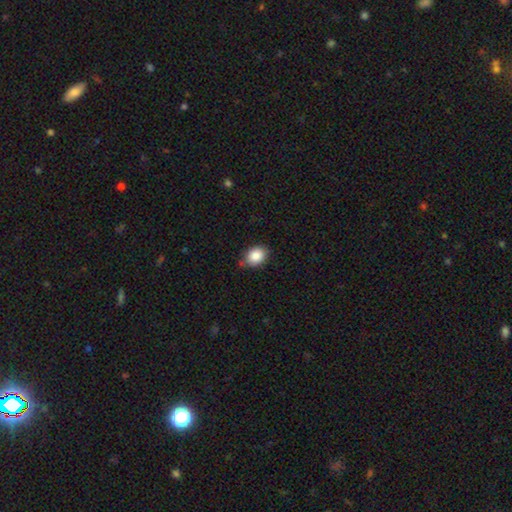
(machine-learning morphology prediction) The model was most divided on "how rounded": in between: 70%, round: 29%, cigar-shaped: 1%. More confident: smooth or featured — smooth (87%); merging — none (75%).